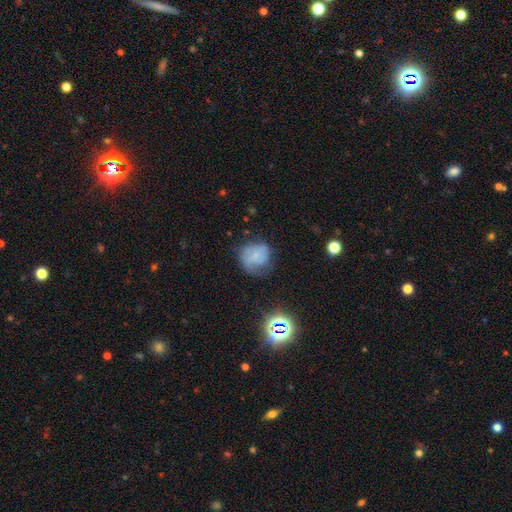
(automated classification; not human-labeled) Morphology: type=smooth (52%); roundness=round (79%); merging=none (52%).